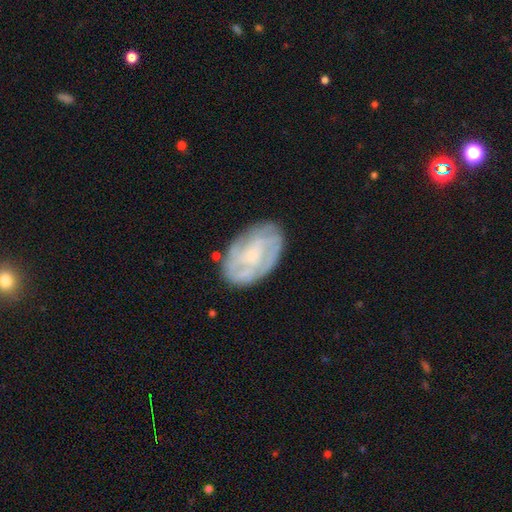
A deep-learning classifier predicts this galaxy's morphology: This is likely a featured or disk galaxy (65%). It is clearly not viewed edge-on (95%). Bar: possibly no (52%). Spiral arm pattern: likely yes (79%). Central bulge: possibly small (56%). Merging: likely none (77%).